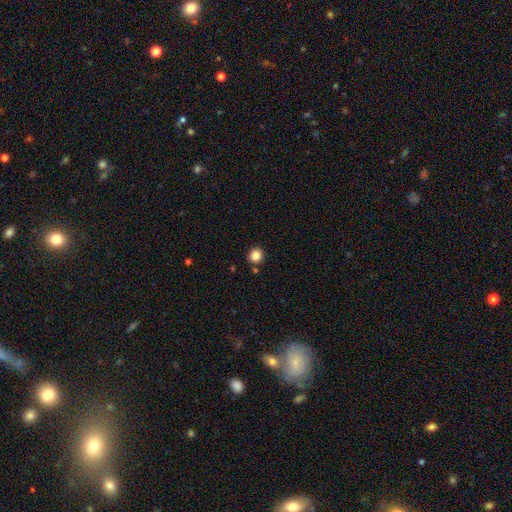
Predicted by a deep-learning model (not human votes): Overall: smooth (85%). How rounded: round (92%). Merging: none (88%).